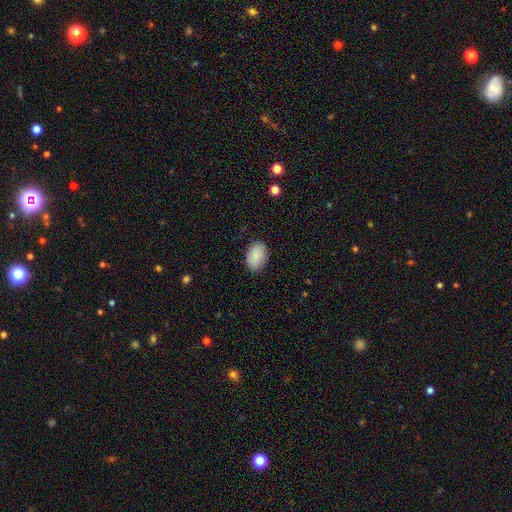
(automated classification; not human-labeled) Smooth or featured?
  - smooth: 89% *
  - star or artifact: 6%
  - featured or disk: 5%
How rounded?
  - in between: 90% *
  - round: 9%
  - cigar-shaped: 1%
Merging?
  - none: 86% *
  - minor disturbance: 11%
  - major disturbance: 3%
  - merger: 1%